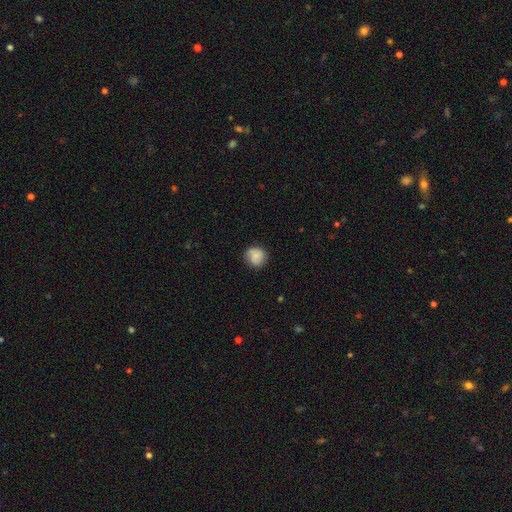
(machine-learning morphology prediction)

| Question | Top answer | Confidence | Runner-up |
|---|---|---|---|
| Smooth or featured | smooth | 71% | featured or disk (20%) |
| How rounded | round | 88% | in between (11%) |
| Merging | none | 78% | minor disturbance (17%) |